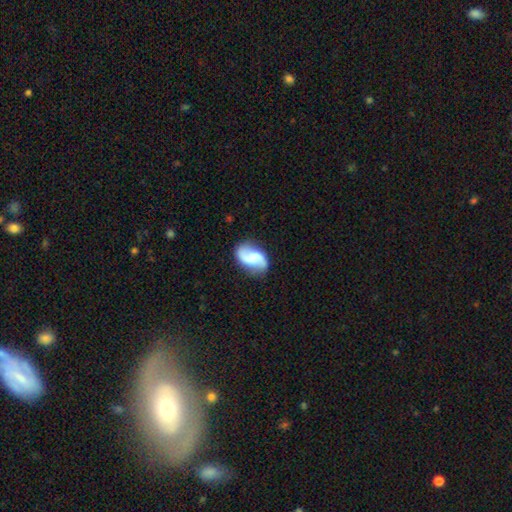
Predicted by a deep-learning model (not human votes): This appears to be a featured or disk galaxy (73%) with no bar (45%), 2 (92%) loose (66%) spiral arms (95%) and no central bulge (39%). Merging: none (79%).